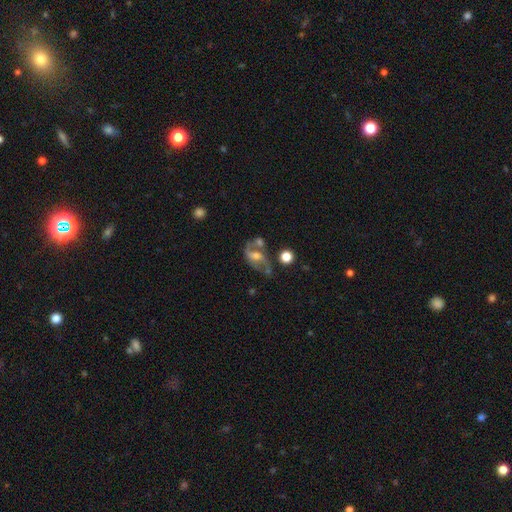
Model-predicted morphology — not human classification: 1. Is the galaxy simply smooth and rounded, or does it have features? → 73% featured or disk, 18% smooth, 9% star or artifact.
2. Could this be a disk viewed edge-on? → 96% no, 4% yes.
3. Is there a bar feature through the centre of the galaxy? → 44% weak, 32% no, 24% strong.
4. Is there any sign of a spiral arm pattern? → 85% yes, 15% no.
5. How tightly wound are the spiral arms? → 55% loose, 36% medium, 9% tight.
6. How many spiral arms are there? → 86% 2, 6% 1, 5% can't tell, 1% 3, 1% 4, 1% more than 4.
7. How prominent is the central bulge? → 49% moderate, 33% small, 8% none, 8% large, 2% dominant.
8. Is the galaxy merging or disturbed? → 43% none, 20% merger, 20% minor disturbance, 17% major disturbance.